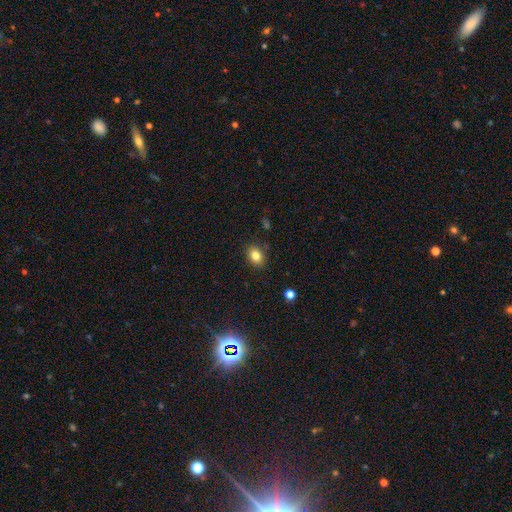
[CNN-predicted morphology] A smooth galaxy with no disk features (83%) that is in between round and cigar-shaped (70%).

Vote fractions:
- Smooth or featured? smooth: 83% / star or artifact: 10% / featured or disk: 7%
- How rounded? in between: 70% / round: 29% / cigar-shaped: 1%
- Merging? none: 86% / minor disturbance: 10% / major disturbance: 3% / merger: 2%